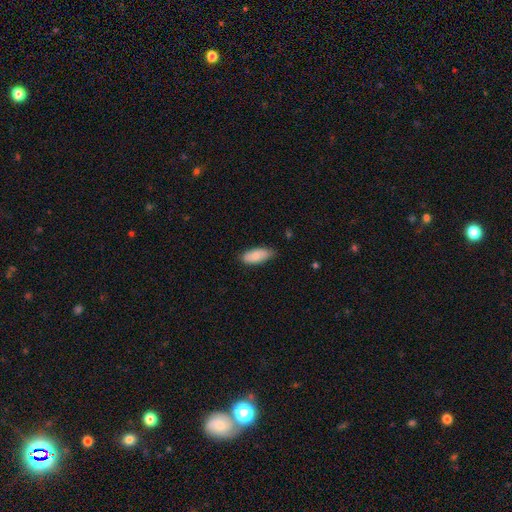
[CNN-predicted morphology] A smooth galaxy with no disk features (84%) that is in between round and cigar-shaped (84%).

Vote fractions:
- Smooth or featured? smooth: 84% / featured or disk: 10% / star or artifact: 6%
- How rounded? in between: 84% / cigar-shaped: 14% / round: 2%
- Merging? none: 76% / minor disturbance: 20% / major disturbance: 3% / merger: 1%